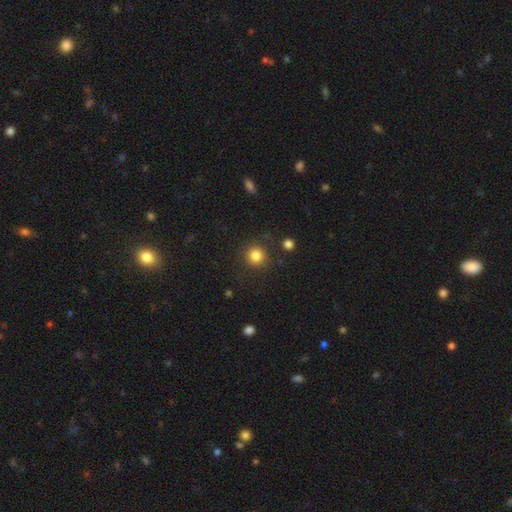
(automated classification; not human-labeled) Overall: smooth (84%). How rounded: round (93%). Merging: none (87%).